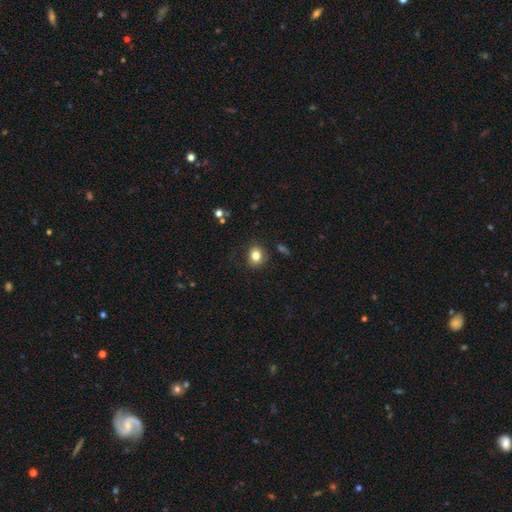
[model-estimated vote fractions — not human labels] Smooth or featured?
  - smooth: 81% *
  - star or artifact: 11%
  - featured or disk: 8%
How rounded?
  - round: 67% *
  - in between: 33%
  - cigar-shaped: 1%
Merging?
  - none: 85% *
  - minor disturbance: 10%
  - major disturbance: 3%
  - merger: 2%